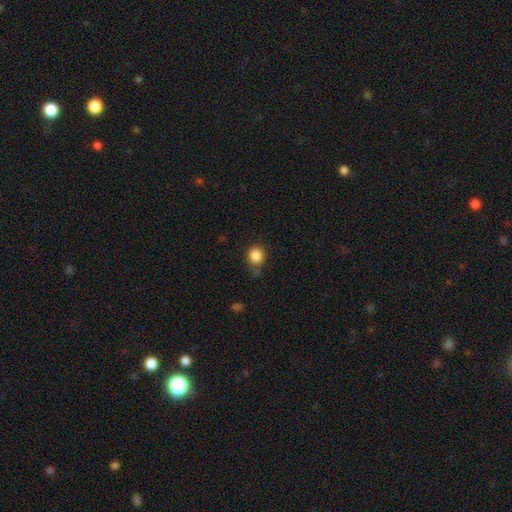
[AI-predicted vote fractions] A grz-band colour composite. It shows a smooth galaxy with no disk features (85%) that is round (78%). Merging: none (65%).